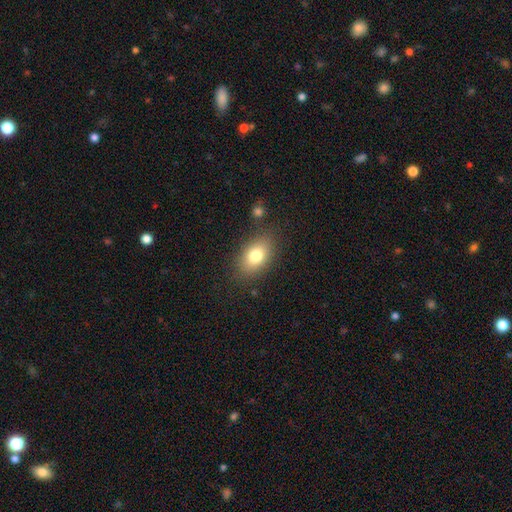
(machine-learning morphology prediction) Q: Smooth or featured?
A: smooth (78%); runner-up: featured or disk (12%)
Q: How rounded?
A: in between (84%); runner-up: round (13%)
Q: Merging?
A: none (81%); runner-up: minor disturbance (12%)